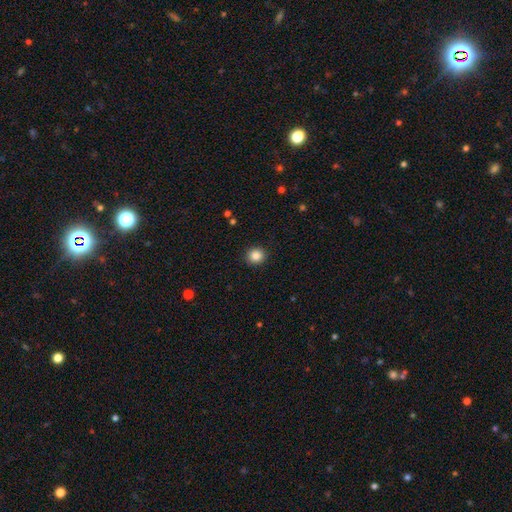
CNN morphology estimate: Smooth or featured: smooth — 86% (star or artifact — 10%)
How rounded: round — 89% (in between — 10%)
Merging: none — 91% (minor disturbance — 6%)